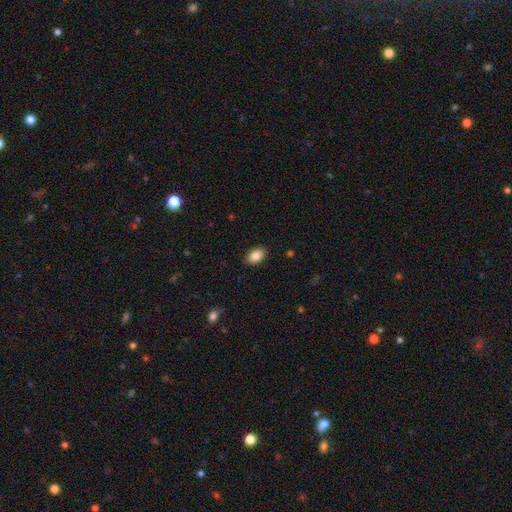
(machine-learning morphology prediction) smooth_or_featured: smooth (p=0.87) [alt: star or artifact p=0.08]
how_rounded: in between (p=0.90) [alt: round p=0.09]
merging: none (p=0.89) [alt: minor disturbance p=0.08]